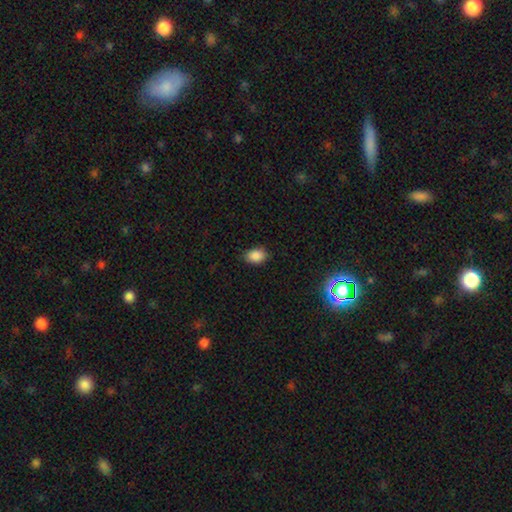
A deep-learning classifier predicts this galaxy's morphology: Smooth or featured: smooth — 87% (star or artifact — 9%)
How rounded: in between — 79% (round — 20%)
Merging: none — 84% (minor disturbance — 13%)